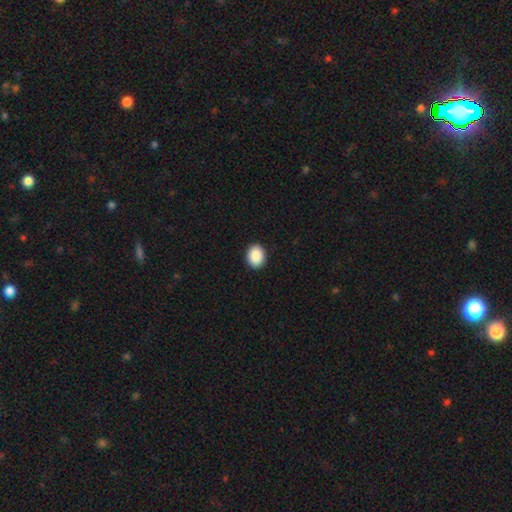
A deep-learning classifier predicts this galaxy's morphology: Smooth or featured? Predicted: smooth (p=0.90). How rounded? Predicted: in between (p=0.53). Merging? Predicted: none (p=0.92).